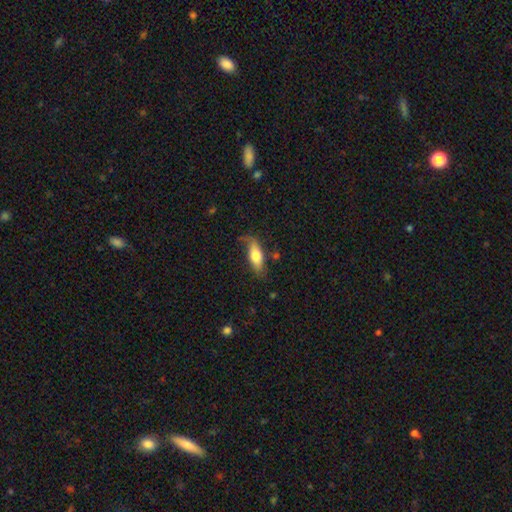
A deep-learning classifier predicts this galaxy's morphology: Overall: smooth (66%; featured or disk 28%). How rounded: in between (67%; cigar-shaped 30%). Merging: none (60%; minor disturbance 27%).